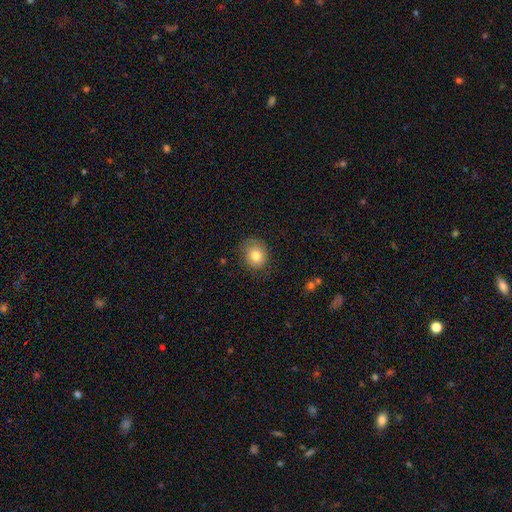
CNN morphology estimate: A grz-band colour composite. It shows a smooth galaxy with no disk features (79%) that is round (74%). Merging: none (72%).